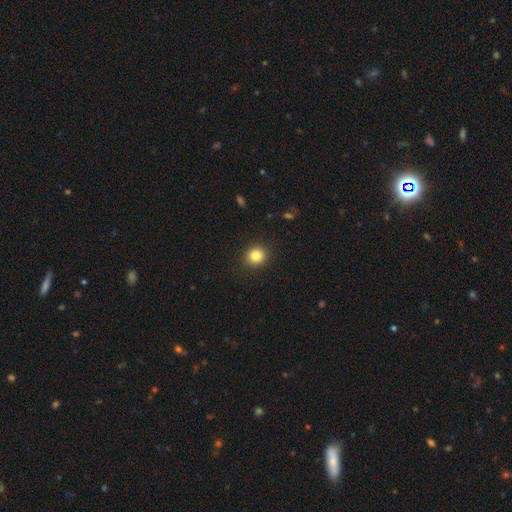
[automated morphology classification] smooth 83%, star or artifact 11%, featured or disk 6%. Down the decision tree: how rounded — round (84%); merging — none (91%).